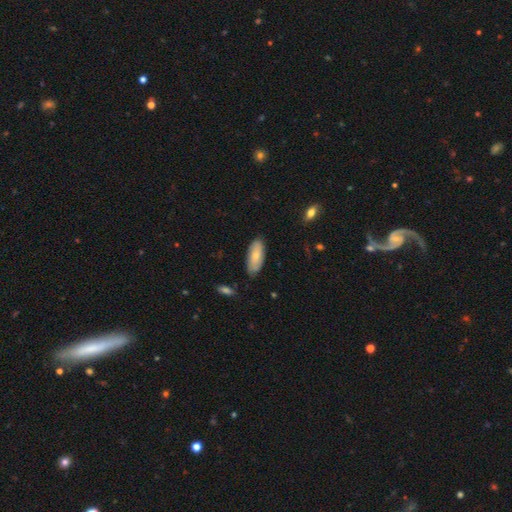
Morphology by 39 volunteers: Smooth or featured? smooth (79%)
How rounded? in between (94%)
Merging? none (71%)